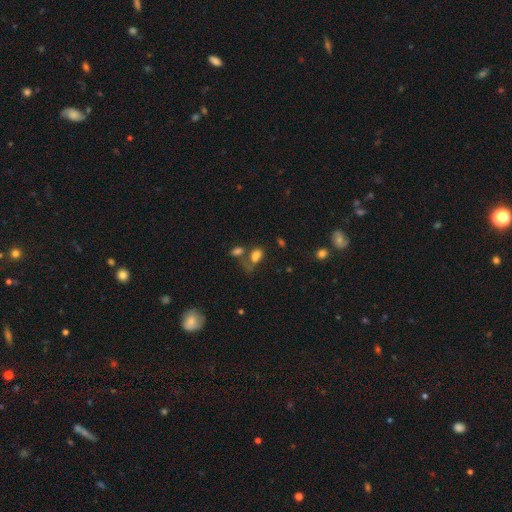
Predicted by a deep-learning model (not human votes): smooth_or_featured: smooth (p=0.74) [alt: star or artifact p=0.16]
how_rounded: in between (p=0.83) [alt: round p=0.14]
merging: merger (p=0.37) [alt: none p=0.36]